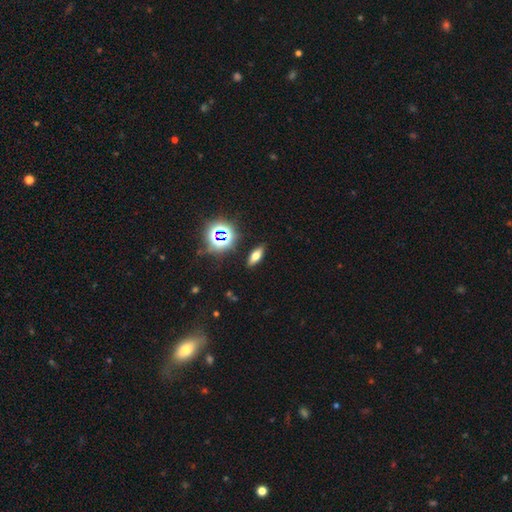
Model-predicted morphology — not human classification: A smooth galaxy with no disk features (56%) that is in between round and cigar-shaped (63%).

Vote fractions:
- Smooth or featured? smooth: 56% / star or artifact: 22% / featured or disk: 22%
- How rounded? in between: 63% / cigar-shaped: 29% / round: 8%
- Merging? none: 88% / minor disturbance: 8% / major disturbance: 3% / merger: 2%